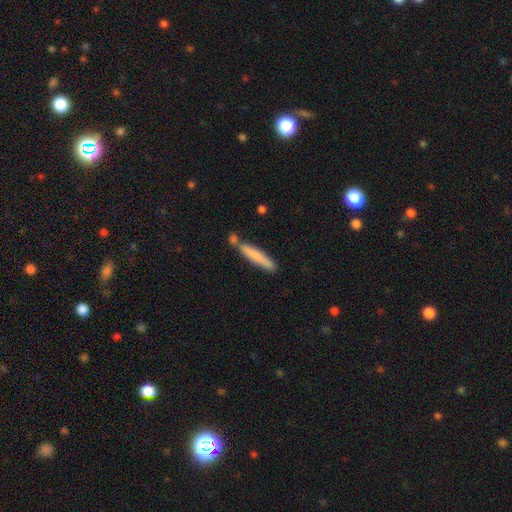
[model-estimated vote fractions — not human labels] Smooth or featured? smooth (74%)
How rounded? cigar-shaped (92%)
Merging? none (66%)